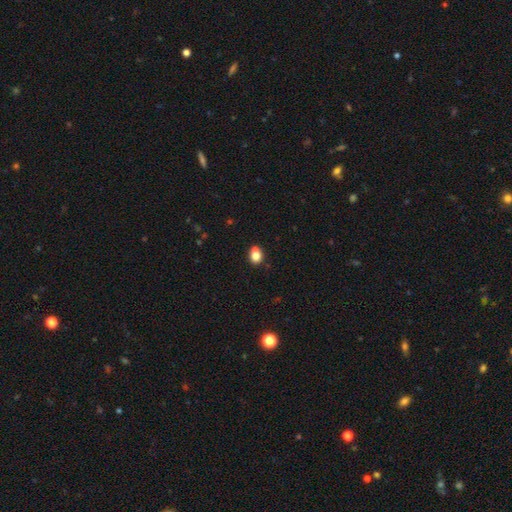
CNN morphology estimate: smooth 78%, featured or disk 11%, star or artifact 11%. Down the decision tree: how rounded — round (63%); merging — none (54%).